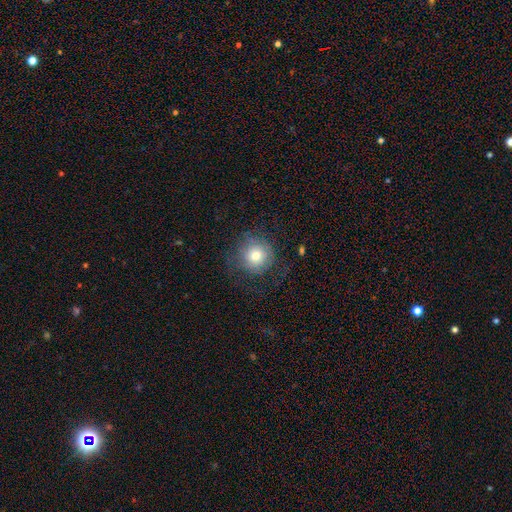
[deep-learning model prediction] Smooth or featured? smooth (69%)
How rounded? round (93%)
Merging? none (70%)